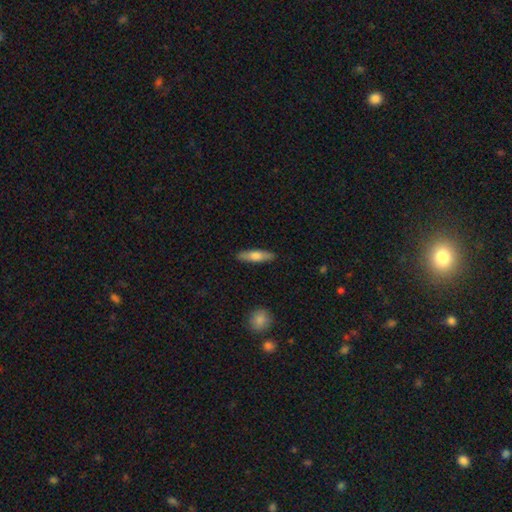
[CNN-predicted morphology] smooth 63%, featured or disk 31%, star or artifact 6%. Down the decision tree: how rounded — cigar-shaped (70%); merging — none (89%).